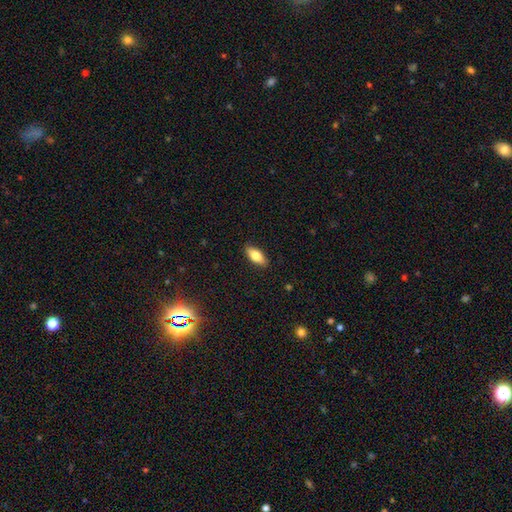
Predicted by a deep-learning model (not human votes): Smooth or featured? smooth (77%)
How rounded? in between (82%)
Merging? none (89%)